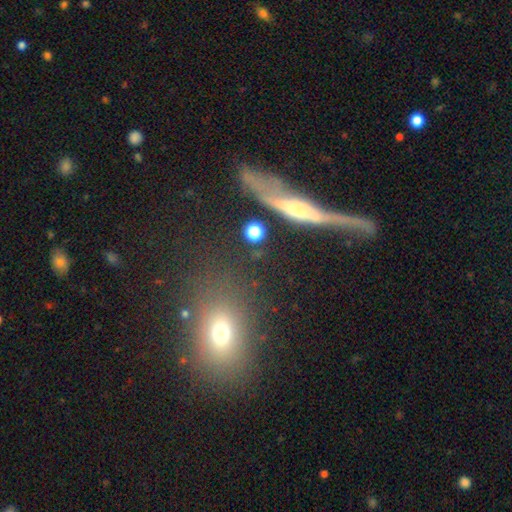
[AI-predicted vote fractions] Smooth or featured?
  - featured or disk: 62% *
  - smooth: 23%
  - star or artifact: 16%
Edge-on disk?
  - yes: 73% *
  - no: 27%
Merging?
  - none: 54% *
  - minor disturbance: 20%
  - major disturbance: 18%
  - merger: 9%